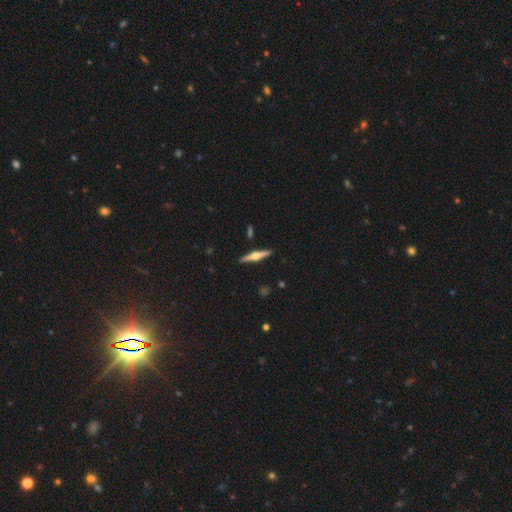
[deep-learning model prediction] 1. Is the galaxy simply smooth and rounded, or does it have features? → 76% featured or disk, 19% smooth, 5% star or artifact.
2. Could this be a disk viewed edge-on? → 98% yes, 2% no.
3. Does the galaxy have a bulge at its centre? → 95% rounded, 3% boxy, 2% none.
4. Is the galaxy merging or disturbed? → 91% none, 6% minor disturbance, 2% merger, 1% major disturbance.